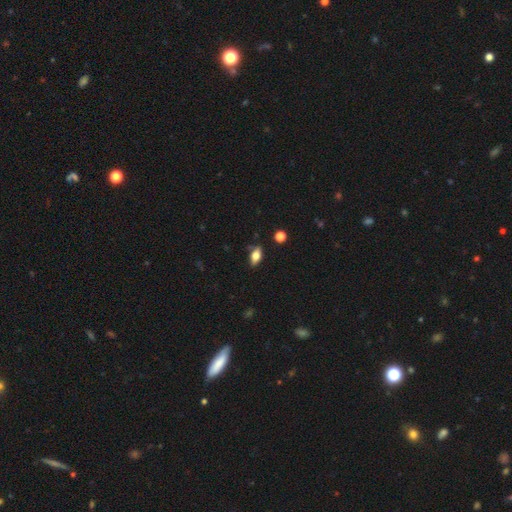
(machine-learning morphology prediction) Smooth or featured?
  - smooth: 71% *
  - featured or disk: 21%
  - star or artifact: 9%
How rounded?
  - in between: 85% *
  - cigar-shaped: 10%
  - round: 5%
Merging?
  - none: 78% *
  - minor disturbance: 16%
  - major disturbance: 3%
  - merger: 2%